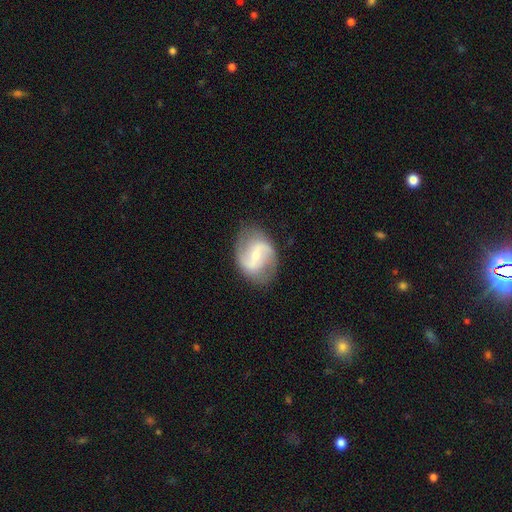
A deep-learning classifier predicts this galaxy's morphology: This appears to be a featured or disk galaxy (79%) with a weak bar (48%), 2 (90%) loose (52%) spiral arms (91%) and a small central bulge (59%). Merging: none (79%).